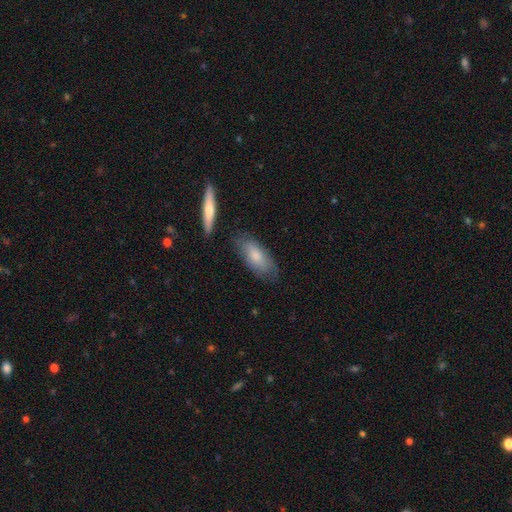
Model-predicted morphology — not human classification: A smooth galaxy with no disk features (75%) that is in between round and cigar-shaped (81%). Merging: none (72%).